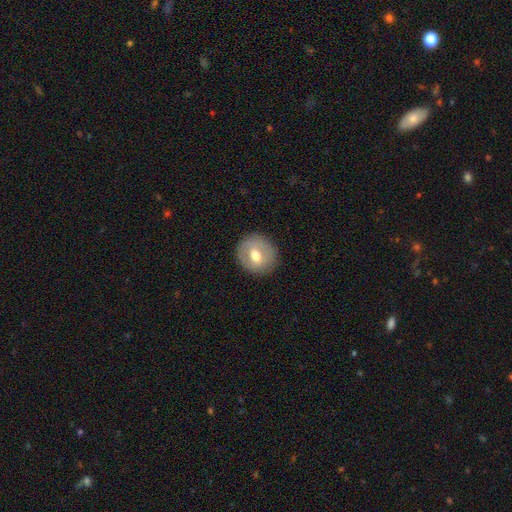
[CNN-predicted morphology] This appears to be a smooth galaxy with no disk features (55%) that is round (82%). Merging: none (86%).